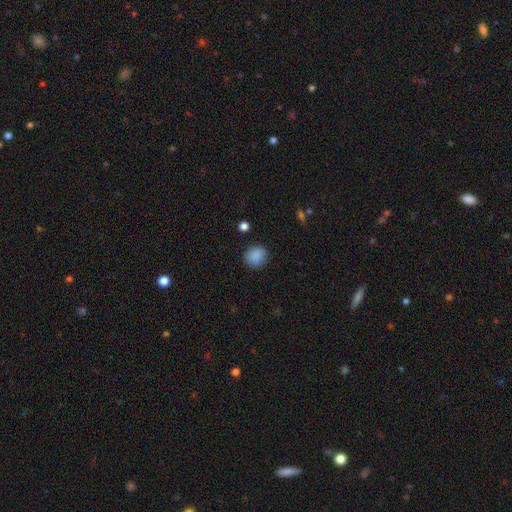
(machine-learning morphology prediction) smooth-or-featured: smooth: 88% | star or artifact: 8% | featured or disk: 3%
  how-rounded: round: 87% | in between: 12% | cigar-shaped: 1%
  merging: none: 88% | minor disturbance: 9% | major disturbance: 2% | merger: 1%